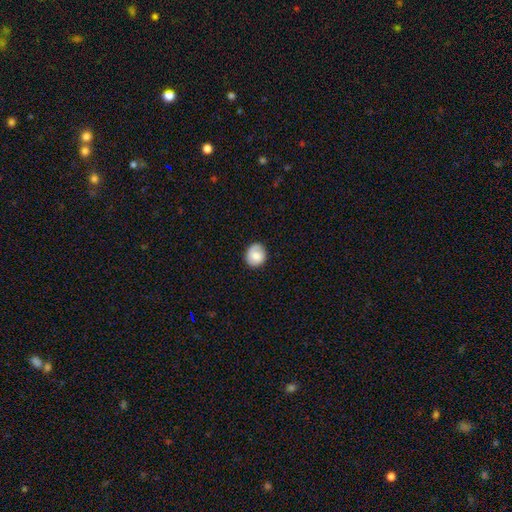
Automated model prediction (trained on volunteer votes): The model was most divided on "how rounded": round: 80%, in between: 19%, cigar-shaped: 1%. More confident: merging — none (80%); smooth or featured — smooth (78%).